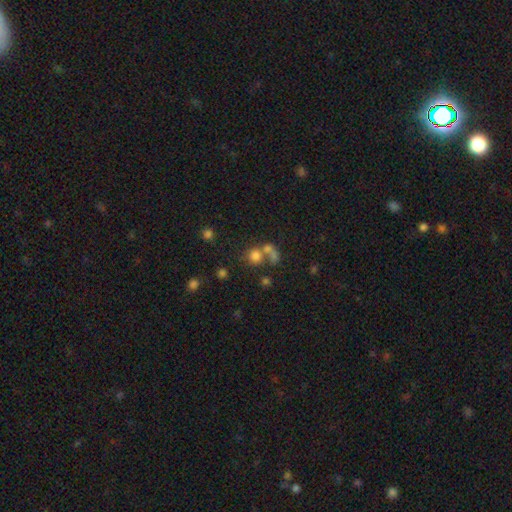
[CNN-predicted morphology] smooth-or-featured: smooth: 71% | star or artifact: 17% | featured or disk: 13%
  how-rounded: round: 84% | in between: 15% | cigar-shaped: 1%
  merging: none: 43% (tied) | merger: 43% (tied) | minor disturbance: 8% | major disturbance: 7%